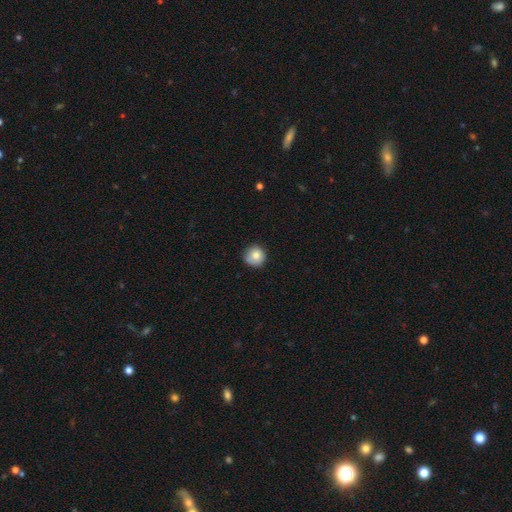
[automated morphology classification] Smooth or featured?
  - smooth: 80% *
  - featured or disk: 11%
  - star or artifact: 9%
How rounded?
  - round: 94% *
  - in between: 5%
  - cigar-shaped: 1%
Merging?
  - none: 79% *
  - minor disturbance: 16%
  - major disturbance: 3%
  - merger: 2%